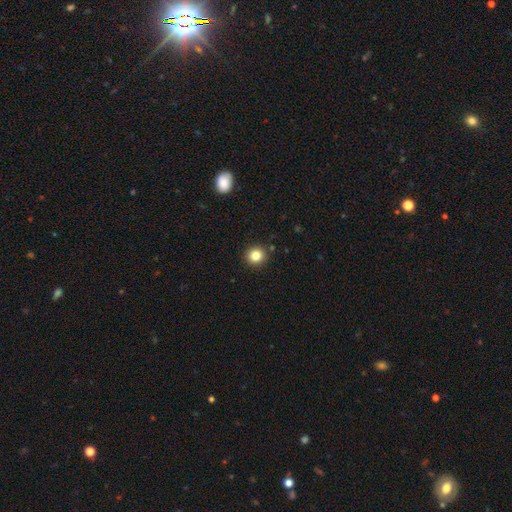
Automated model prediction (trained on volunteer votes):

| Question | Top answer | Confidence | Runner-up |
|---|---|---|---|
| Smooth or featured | smooth | 83% | star or artifact (11%) |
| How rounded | round | 91% | in between (8%) |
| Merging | none | 91% | minor disturbance (6%) |